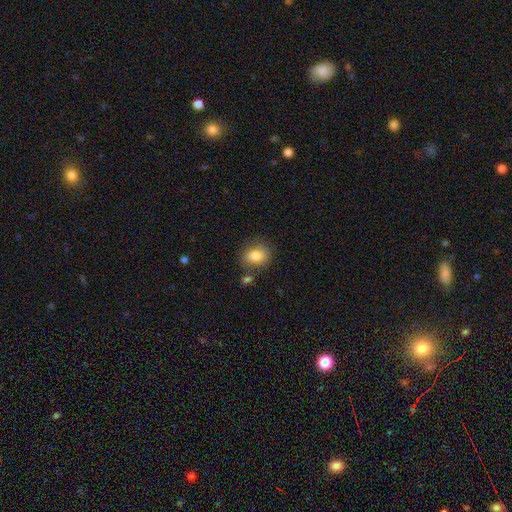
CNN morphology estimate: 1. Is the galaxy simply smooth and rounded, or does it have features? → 81% smooth, 10% featured or disk, 9% star or artifact.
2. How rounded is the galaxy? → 58% round, 41% in between, 1% cigar-shaped.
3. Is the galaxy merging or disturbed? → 73% none, 15% minor disturbance, 9% merger, 4% major disturbance.